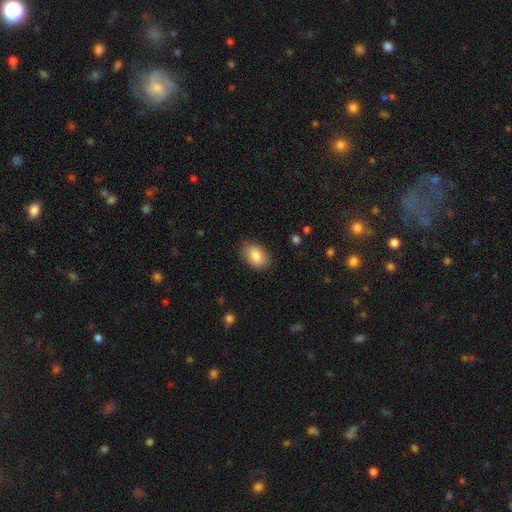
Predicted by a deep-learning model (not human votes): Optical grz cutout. It shows a smooth galaxy with no disk features (83%) that is in between round and cigar-shaped (83%). Merging: none (83%).